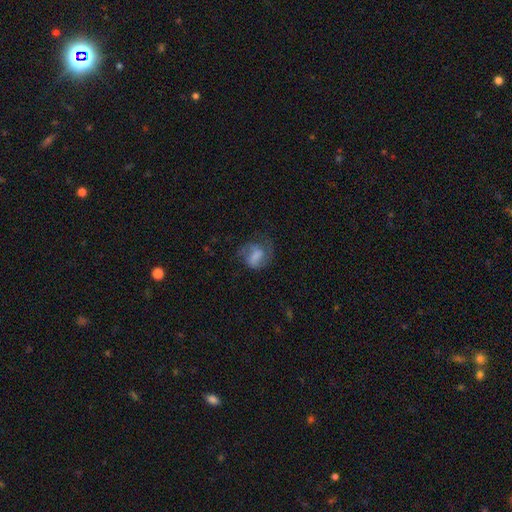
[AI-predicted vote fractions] Smooth or featured? Predicted: featured or disk (p=0.55). Edge-on disk? Predicted: no (p=0.97). Bar? Predicted: weak (p=0.44). Spiral arms? Predicted: yes (p=0.85). Bulge size? Predicted: none (p=0.34). Merging? Predicted: none (p=0.52).